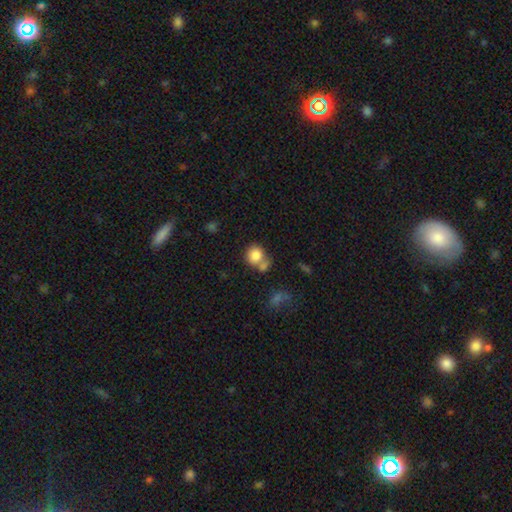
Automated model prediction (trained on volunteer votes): smooth_or_featured: smooth (p=0.82) [alt: star or artifact p=0.09]
how_rounded: round (p=0.78) [alt: in between p=0.21]
merging: none (p=0.46) [alt: merger p=0.37]